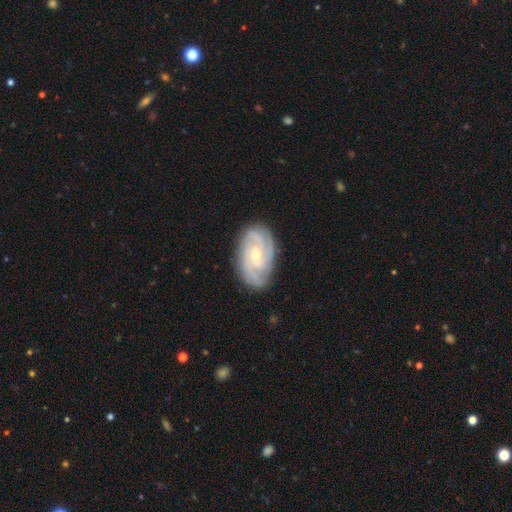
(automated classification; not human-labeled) This appears to be a featured or disk galaxy (85%) with no bar (67%), 3 (34%) tight (65%) spiral arms (97%) and a small central bulge (68%). Merging: none (81%).